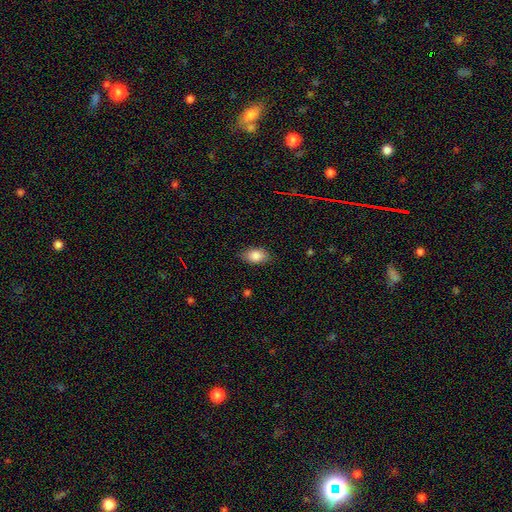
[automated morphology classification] Smooth or featured?
  - smooth: 85% *
  - star or artifact: 8%
  - featured or disk: 7%
How rounded?
  - in between: 89% *
  - round: 9%
  - cigar-shaped: 2%
Merging?
  - none: 83% *
  - minor disturbance: 13%
  - major disturbance: 3%
  - merger: 1%